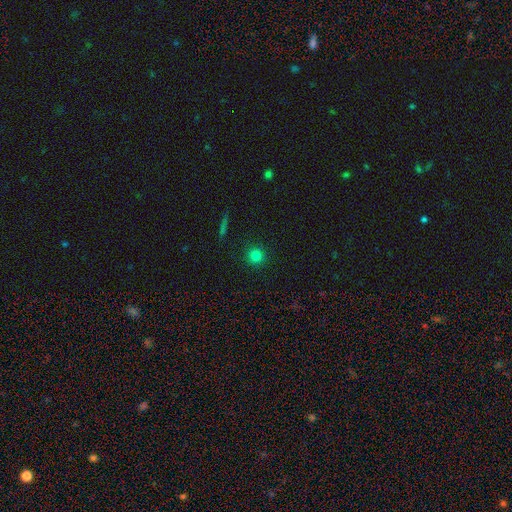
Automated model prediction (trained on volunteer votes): This is clearly a smooth galaxy (80%). How rounded: clearly round (95%). Merging: clearly none (92%).